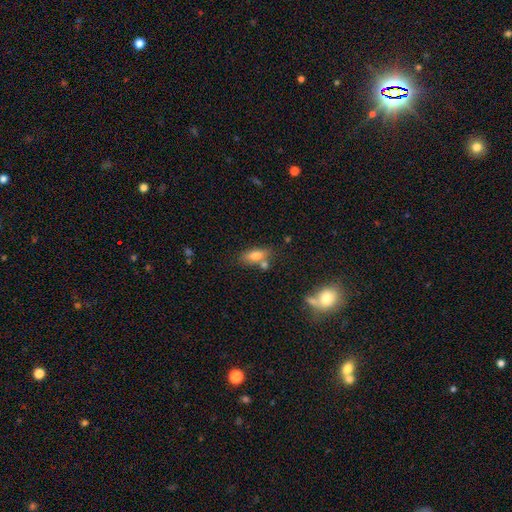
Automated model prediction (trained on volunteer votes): smooth 74%, featured or disk 16%, star or artifact 10%. Down the decision tree: how rounded — in between (77%); merging — none (60%).